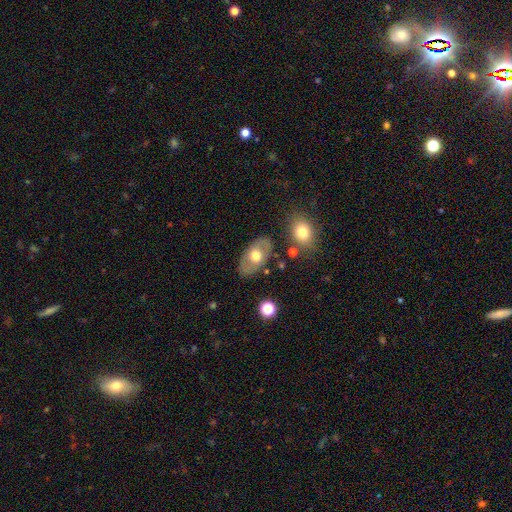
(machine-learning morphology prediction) smooth_or_featured: smooth (p=0.52) [alt: featured or disk p=0.42]
how_rounded: in between (p=0.90) [alt: round p=0.09]
merging: none (p=0.81) [alt: minor disturbance p=0.12]